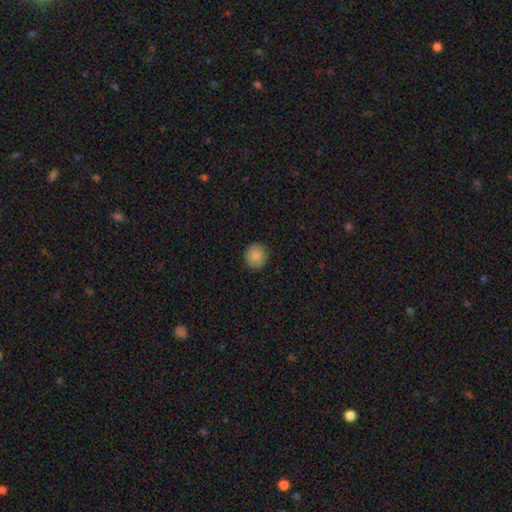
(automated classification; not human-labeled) Smooth or featured?
  - smooth: 86% *
  - star or artifact: 8%
  - featured or disk: 5%
How rounded?
  - round: 89% *
  - in between: 10%
  - cigar-shaped: 1%
Merging?
  - none: 89% *
  - minor disturbance: 8%
  - major disturbance: 2%
  - merger: 1%